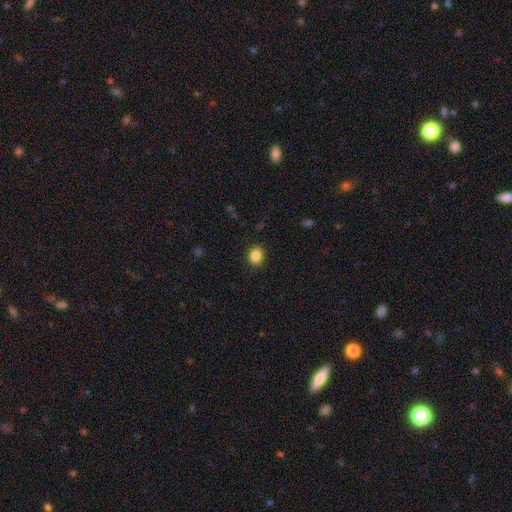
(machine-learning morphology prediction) Q: Smooth or featured?
A: smooth (85%); runner-up: star or artifact (10%)
Q: How rounded?
A: round (54%); runner-up: in between (45%)
Q: Merging?
A: none (89%); runner-up: minor disturbance (8%)